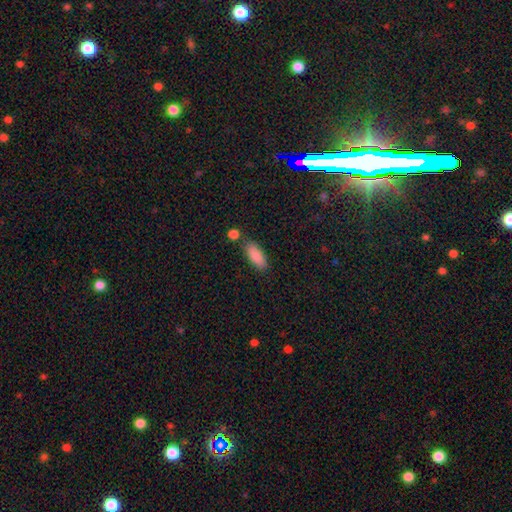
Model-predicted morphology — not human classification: Smooth or featured: smooth — 88% (star or artifact — 6%)
How rounded: in between — 79% (cigar-shaped — 19%)
Merging: none — 75% (minor disturbance — 13%)